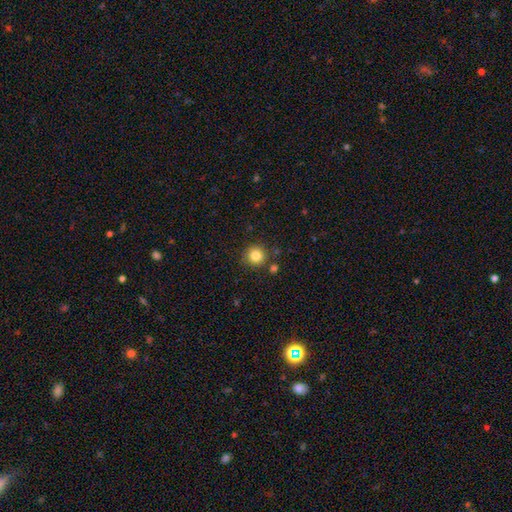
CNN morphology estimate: This appears to be a smooth galaxy with no disk features (83%) that is round (94%). Merging: none (86%).